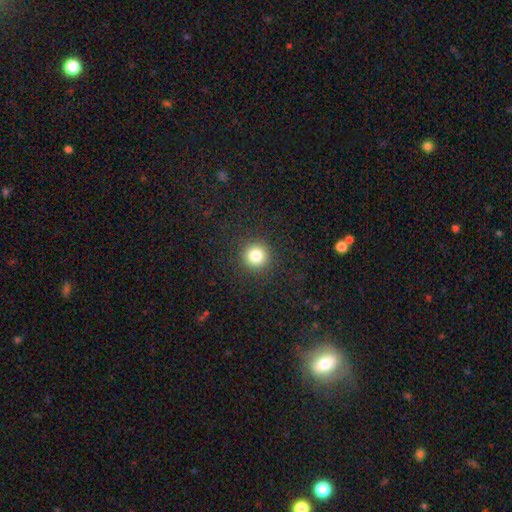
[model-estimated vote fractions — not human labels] Smooth or featured? smooth (82%)
How rounded? round (95%)
Merging? none (91%)